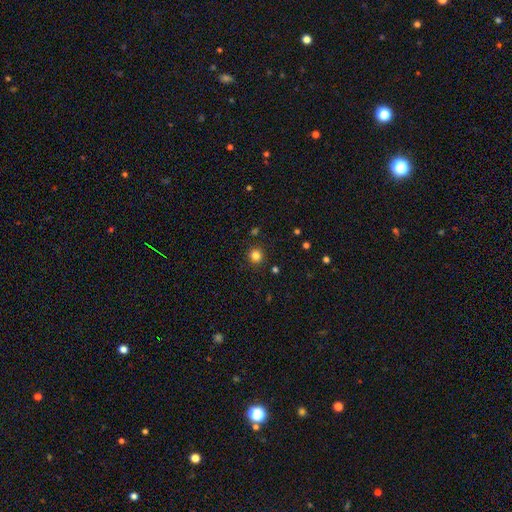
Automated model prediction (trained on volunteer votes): Morphology: type=smooth (82%); roundness=round (94%); merging=none (90%).